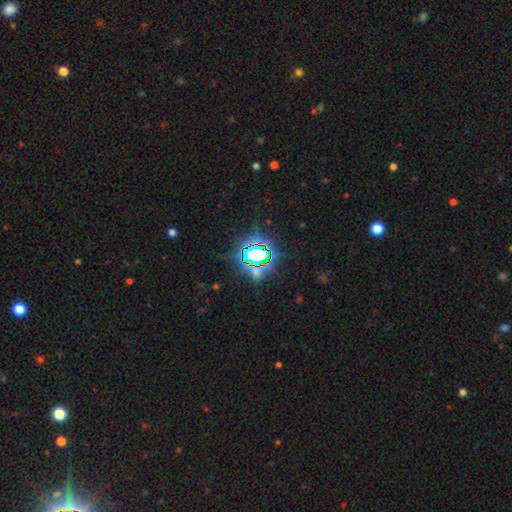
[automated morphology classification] smooth-or-featured: star or artifact: 75% | smooth: 16% | featured or disk: 10%